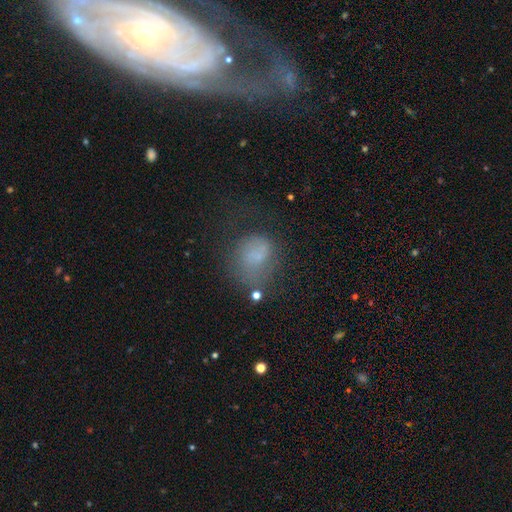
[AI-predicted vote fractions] Smooth or featured?
  - smooth: 63% *
  - featured or disk: 21%
  - star or artifact: 16%
How rounded?
  - round: 56% *
  - in between: 43%
  - cigar-shaped: 1%
Merging?
  - none: 42% *
  - major disturbance: 28%
  - minor disturbance: 25%
  - merger: 5%